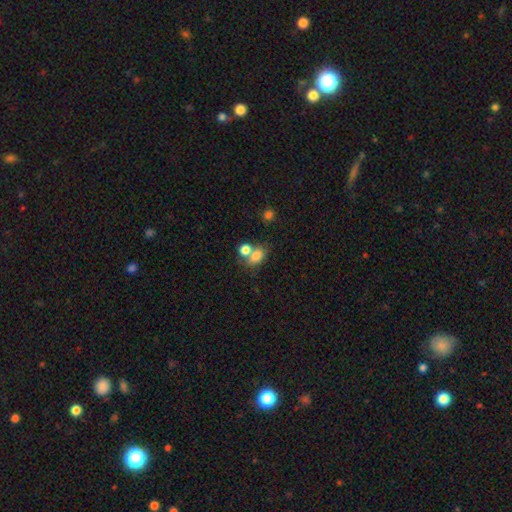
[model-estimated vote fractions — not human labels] This appears to be a smooth galaxy with no disk features (78%) that is in between round and cigar-shaped (71%). Merging: merger (46%).